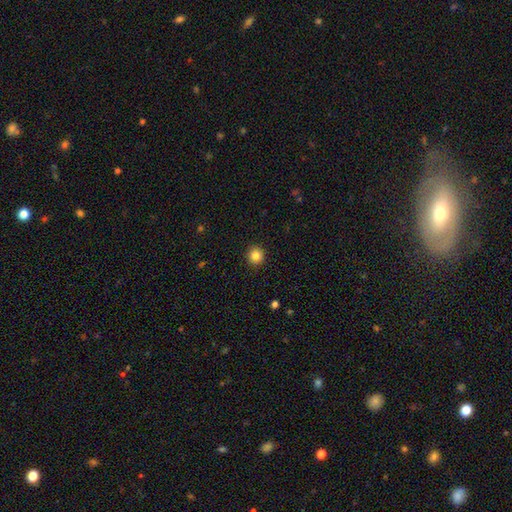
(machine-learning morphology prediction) smooth_or_featured: smooth (p=0.84) [alt: star or artifact p=0.11]
how_rounded: round (p=0.94) [alt: in between p=0.05]
merging: none (p=0.93) [alt: minor disturbance p=0.05]